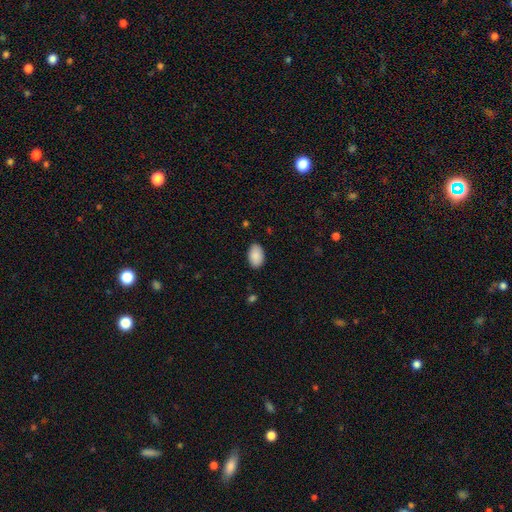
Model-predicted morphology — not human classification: A smooth galaxy with no disk features (90%) that is in between round and cigar-shaped (92%). Merging: none (86%).